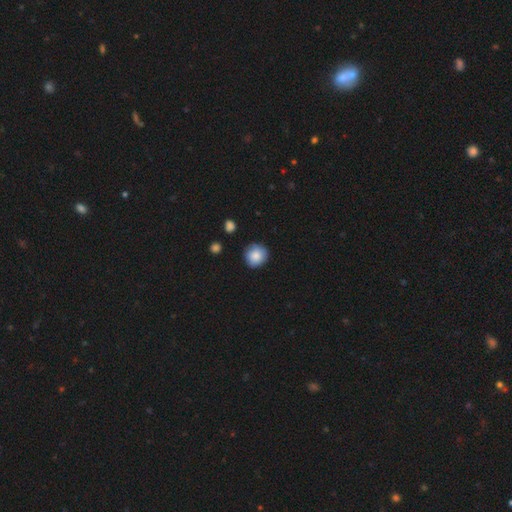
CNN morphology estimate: Q: Smooth or featured?
A: smooth (85%); runner-up: star or artifact (7%)
Q: How rounded?
A: round (92%); runner-up: in between (7%)
Q: Merging?
A: none (83%); runner-up: minor disturbance (13%)